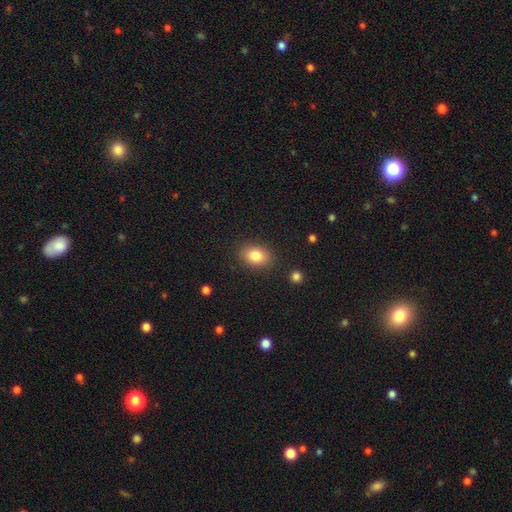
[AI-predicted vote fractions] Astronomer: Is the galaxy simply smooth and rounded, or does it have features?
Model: smooth — 83%.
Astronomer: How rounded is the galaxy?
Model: in between — 73%.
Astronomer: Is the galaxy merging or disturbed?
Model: none — 86%.